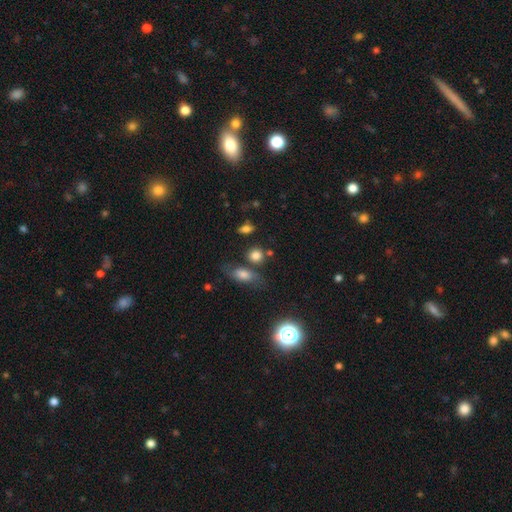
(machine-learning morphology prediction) type=smooth (78%); roundness=round (62%); merging=none (67%).